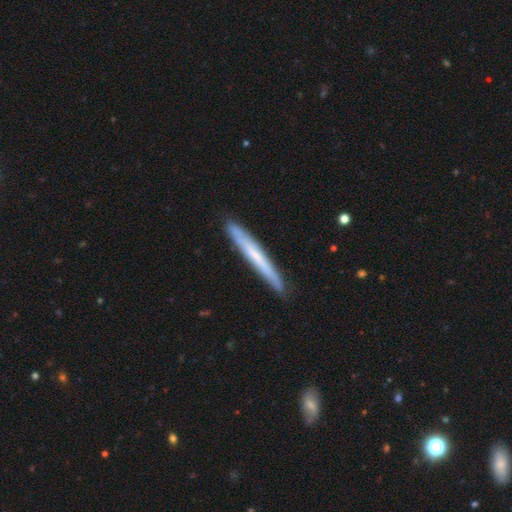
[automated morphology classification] Smooth or featured? Predicted: smooth (p=0.50). How rounded? Predicted: cigar-shaped (p=0.97). Merging? Predicted: none (p=0.89).